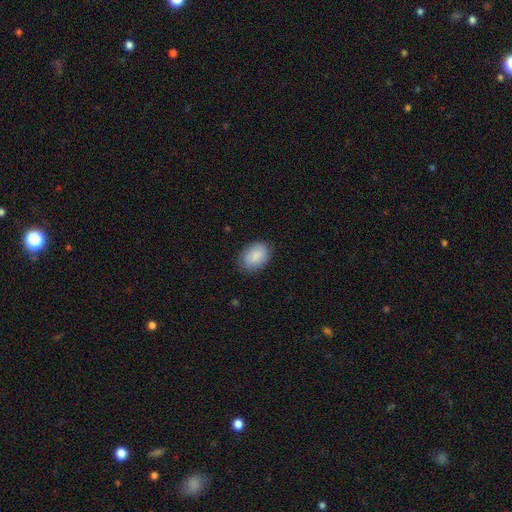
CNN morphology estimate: The model was most divided on "how rounded": in between: 82%, round: 17%, cigar-shaped: 1%. More confident: smooth or featured — smooth (88%); merging — none (82%).